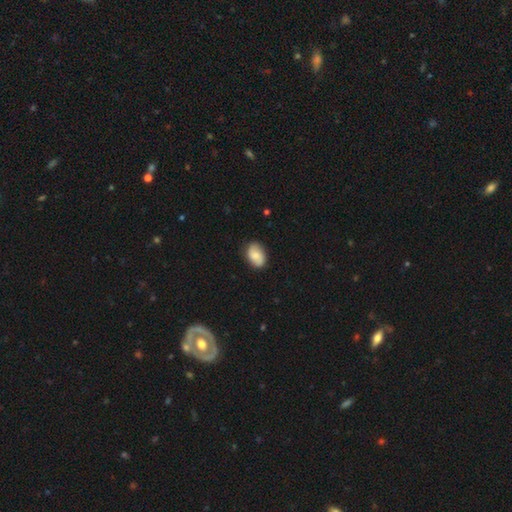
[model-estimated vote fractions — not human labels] smooth 71%, featured or disk 21%, star or artifact 7%. Down the decision tree: how rounded — in between (84%); merging — none (82%).